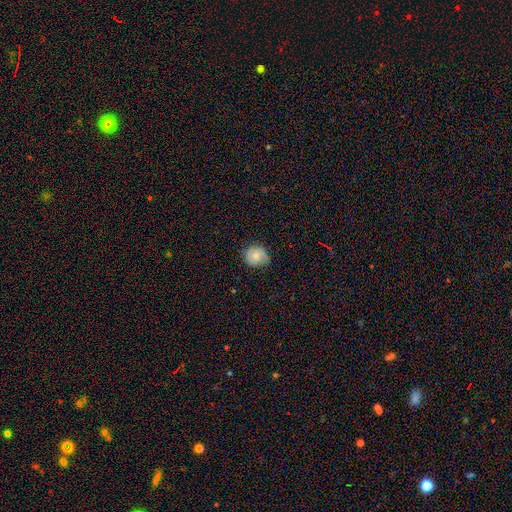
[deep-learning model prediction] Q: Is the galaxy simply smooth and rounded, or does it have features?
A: smooth — 61%.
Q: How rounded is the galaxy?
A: round — 76%.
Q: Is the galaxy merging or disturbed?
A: none — 73%.